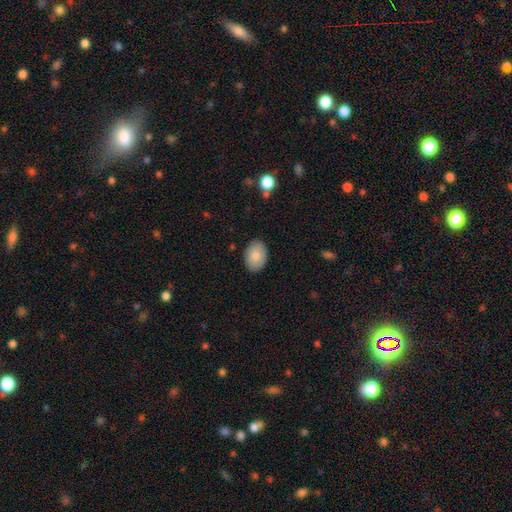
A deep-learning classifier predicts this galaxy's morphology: smooth 83%, featured or disk 10%, star or artifact 7%. Down the decision tree: how rounded — in between (84%); merging — none (88%).